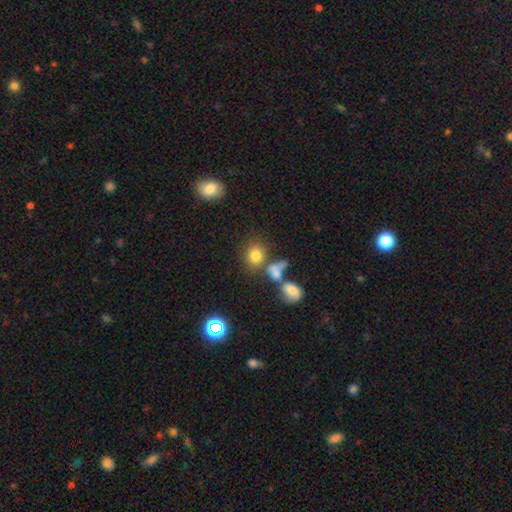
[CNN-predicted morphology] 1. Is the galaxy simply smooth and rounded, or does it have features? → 77% smooth, 13% star or artifact, 10% featured or disk.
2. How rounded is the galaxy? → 63% round, 36% in between, 2% cigar-shaped.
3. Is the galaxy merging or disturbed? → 51% none, 27% merger, 13% minor disturbance, 9% major disturbance.